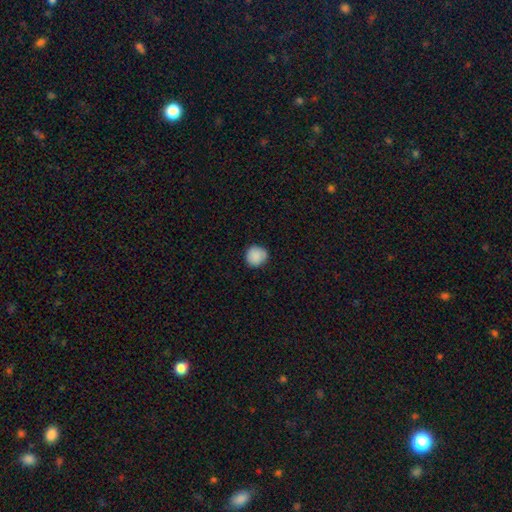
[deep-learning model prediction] smooth_or_featured: smooth (p=0.89) [alt: star or artifact p=0.08]
how_rounded: round (p=0.91) [alt: in between p=0.09]
merging: none (p=0.85) [alt: minor disturbance p=0.12]